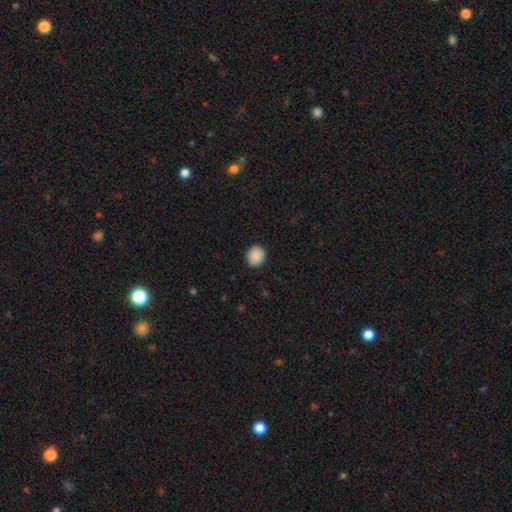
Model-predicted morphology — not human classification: Smooth or featured?
  - smooth: 90% *
  - star or artifact: 8%
  - featured or disk: 2%
How rounded?
  - round: 67% *
  - in between: 32%
  - cigar-shaped: 1%
Merging?
  - none: 91% *
  - minor disturbance: 7%
  - major disturbance: 2%
  - merger: 1%